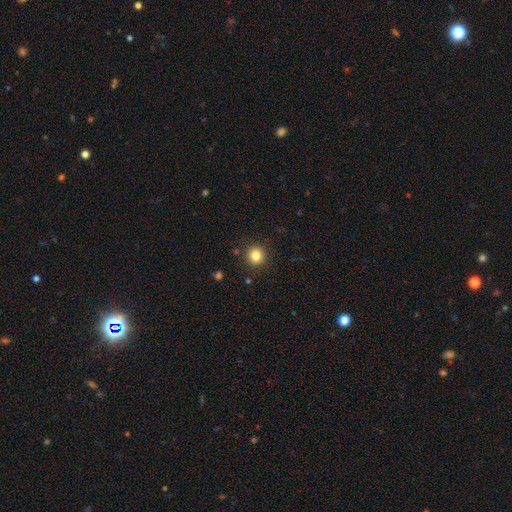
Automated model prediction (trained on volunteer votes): Overall: smooth (82%). How rounded: round (94%). Merging: none (90%).